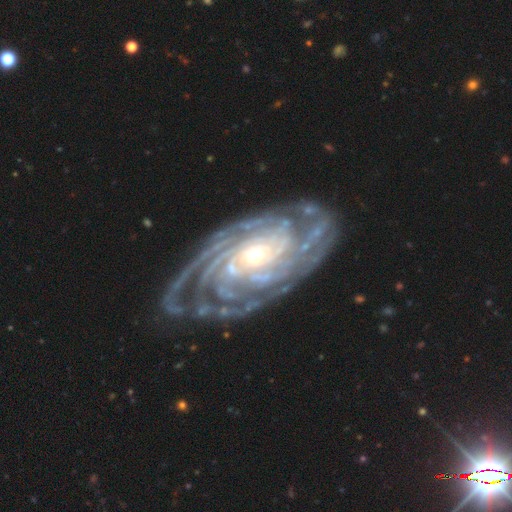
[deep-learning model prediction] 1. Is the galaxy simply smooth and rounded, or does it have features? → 92% featured or disk, 4% star or artifact, 3% smooth.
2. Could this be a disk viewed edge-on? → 96% no, 4% yes.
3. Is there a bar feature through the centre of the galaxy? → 65% no, 22% weak, 13% strong.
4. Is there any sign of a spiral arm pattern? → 98% yes, 2% no.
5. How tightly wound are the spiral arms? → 77% tight, 19% medium, 3% loose.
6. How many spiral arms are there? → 28% more than 4, 24% 4, 18% can't tell, 13% 3, 9% 2, 7% 1.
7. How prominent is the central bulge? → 59% small, 37% moderate, 2% large, 1% none, 1% dominant.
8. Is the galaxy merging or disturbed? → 77% none, 16% minor disturbance, 6% major disturbance, 1% merger.